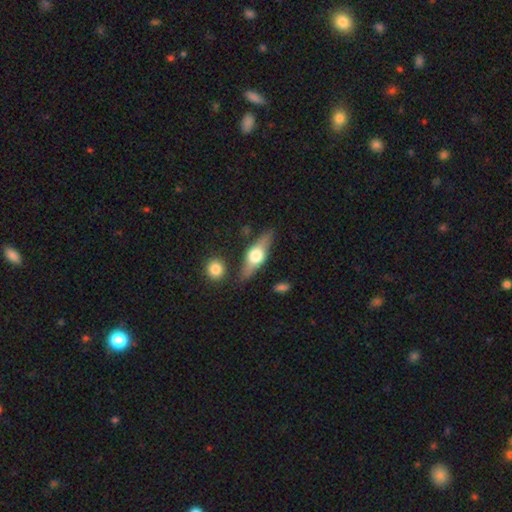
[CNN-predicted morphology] A featured or disk galaxy (61%) viewed edge-on (92%) with a rounded central bulge (94%).

Vote fractions:
- Smooth or featured? featured or disk: 61% / smooth: 34% / star or artifact: 6%
- Edge-on disk? yes: 92% / no: 8%
- Edge-on bulge? rounded: 94% / boxy: 4% / none: 1%
- Merging? none: 81% / minor disturbance: 12% / merger: 4% / major disturbance: 3%